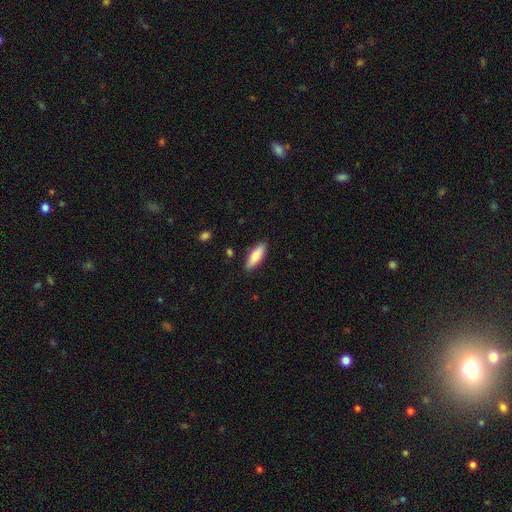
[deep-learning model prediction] This is likely a smooth galaxy (77%). How rounded: likely in between (61%). Merging: clearly none (87%).